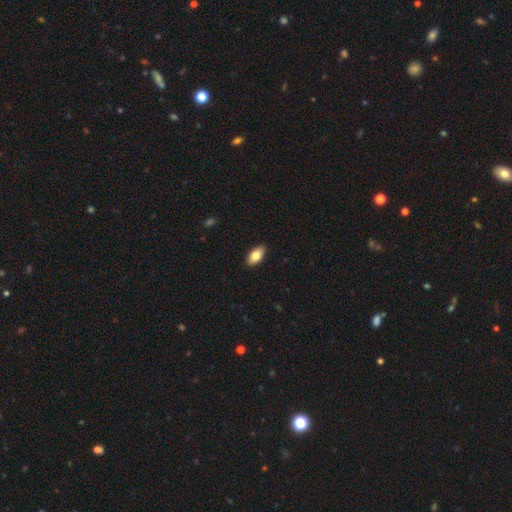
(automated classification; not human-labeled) smooth_or_featured: smooth (p=0.81) [alt: featured or disk p=0.13]
how_rounded: in between (p=0.93) [alt: cigar-shaped p=0.04]
merging: none (p=0.89) [alt: minor disturbance p=0.08]